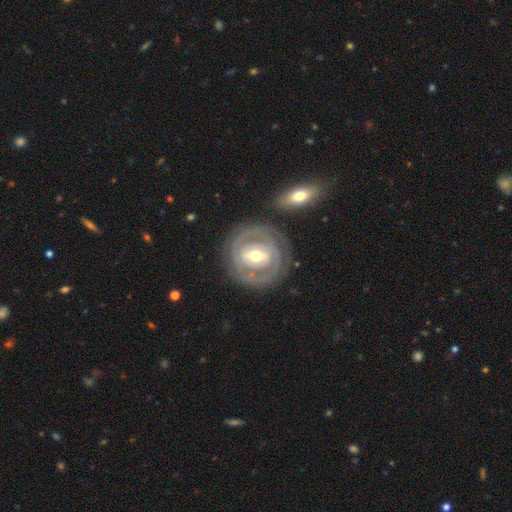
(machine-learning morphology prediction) Smooth or featured? Predicted: featured or disk (p=0.82). Edge-on disk? Predicted: no (p=0.96). Bar? Predicted: strong (p=0.44). Spiral arms? Predicted: yes (p=0.76). Spiral winding? Predicted: tight (p=0.75). Spiral arm count? Predicted: 2 (p=0.49). Bulge size? Predicted: moderate (p=0.71). Merging? Predicted: none (p=0.77).